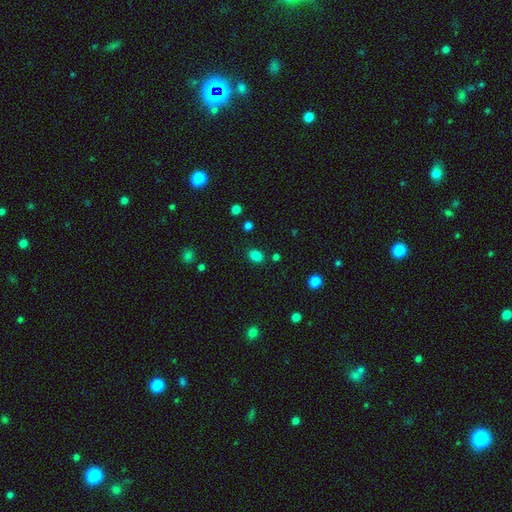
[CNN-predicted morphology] Q: Smooth or featured?
A: smooth (83%); runner-up: star or artifact (13%)
Q: How rounded?
A: in between (67%); runner-up: round (32%)
Q: Merging?
A: none (83%); runner-up: minor disturbance (11%)